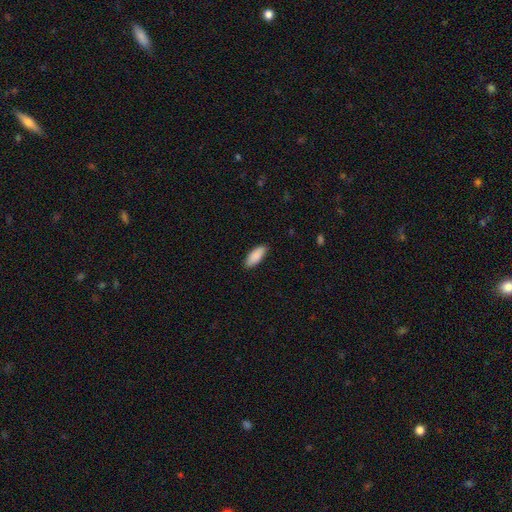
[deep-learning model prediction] Overall: smooth (90%). How rounded: in between (79%). Merging: none (88%).